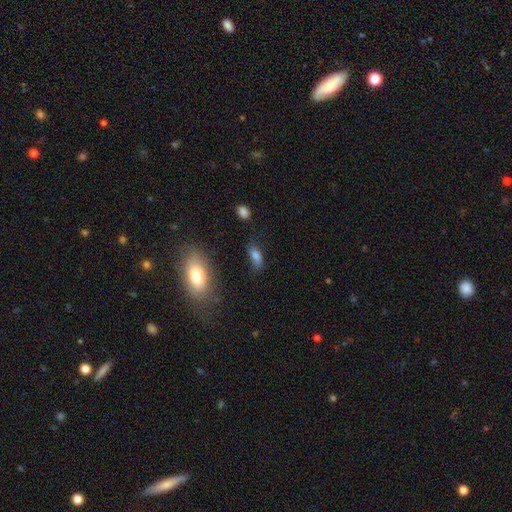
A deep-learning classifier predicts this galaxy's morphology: This appears to be a smooth galaxy with no disk features (75%) that is in between round and cigar-shaped (79%). Merging: none (53%).